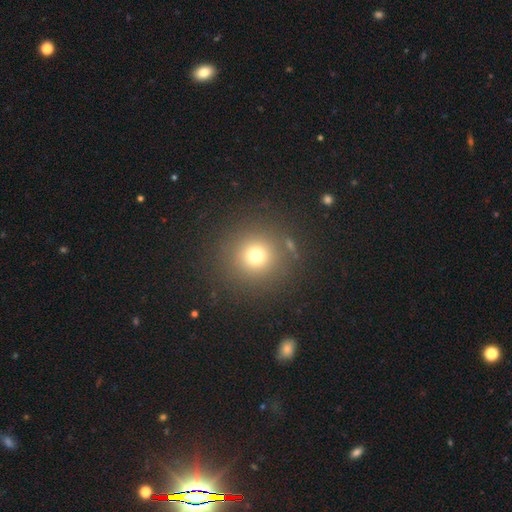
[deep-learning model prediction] A smooth galaxy with no disk features (71%) that is round (95%). Merging: none (87%).